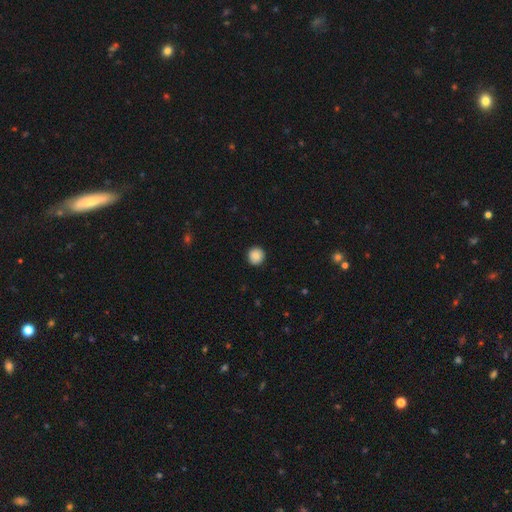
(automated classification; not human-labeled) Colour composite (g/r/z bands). It shows a smooth galaxy with no disk features (88%) that is round (94%). Merging: none (91%).